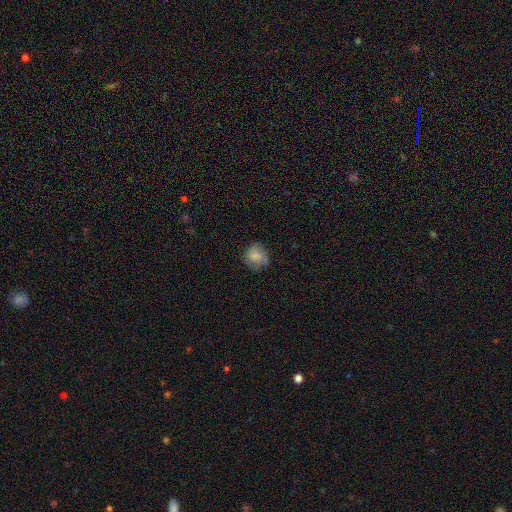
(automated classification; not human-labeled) smooth-or-featured: smooth: 75% | featured or disk: 16% | star or artifact: 9%
  how-rounded: round: 84% | in between: 15% | cigar-shaped: 1%
  merging: none: 71% | minor disturbance: 21% | major disturbance: 7% | merger: 2%